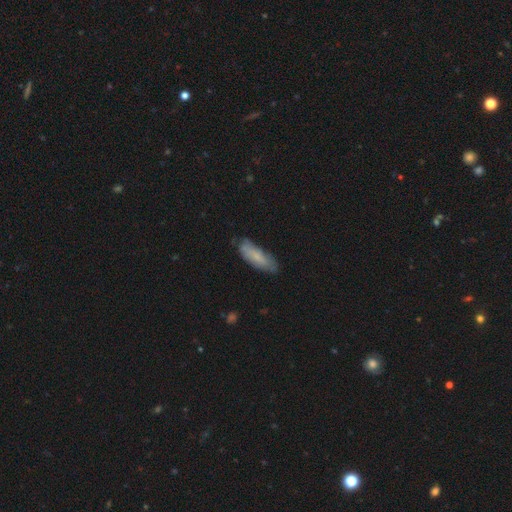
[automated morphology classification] A smooth galaxy with no disk features (73%) that is in between round and cigar-shaped (58%). Merging: none (71%).